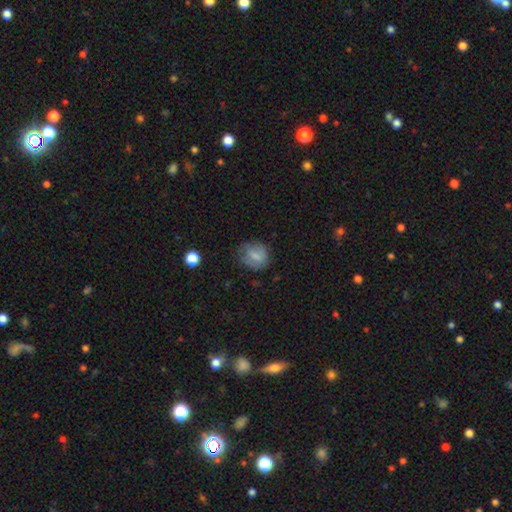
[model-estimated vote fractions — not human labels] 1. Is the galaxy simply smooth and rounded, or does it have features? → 69% smooth, 21% featured or disk, 9% star or artifact.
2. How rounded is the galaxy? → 63% round, 35% in between, 1% cigar-shaped.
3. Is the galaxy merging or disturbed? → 62% none, 26% minor disturbance, 11% major disturbance, 2% merger.